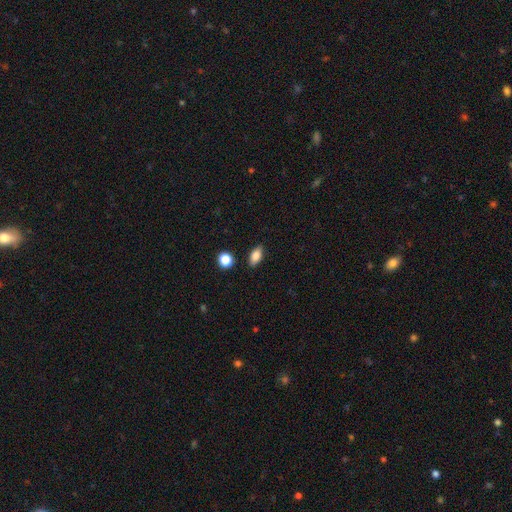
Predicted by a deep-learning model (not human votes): This is clearly a smooth galaxy (84%). How rounded: clearly in between (86%). Merging: clearly none (87%).